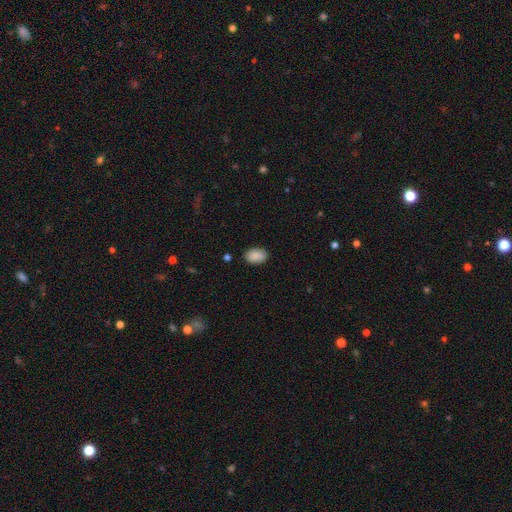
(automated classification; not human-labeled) smooth 90%, star or artifact 7%, featured or disk 4%. Down the decision tree: how rounded — in between (88%); merging — none (86%).